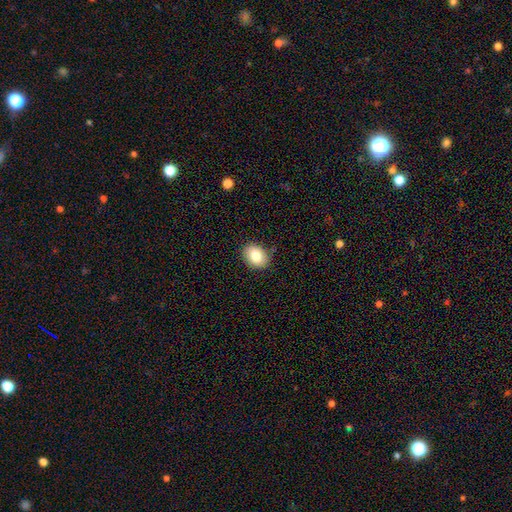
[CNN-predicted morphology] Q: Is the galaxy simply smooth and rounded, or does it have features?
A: smooth — 83%.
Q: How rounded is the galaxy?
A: in between — 65%.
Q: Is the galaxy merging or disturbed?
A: none — 85%.